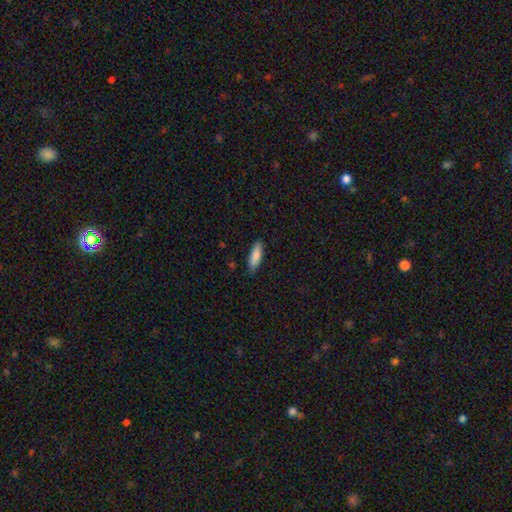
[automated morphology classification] smooth 87%, featured or disk 7%, star or artifact 6%. Down the decision tree: how rounded — in between (54%); merging — none (85%).